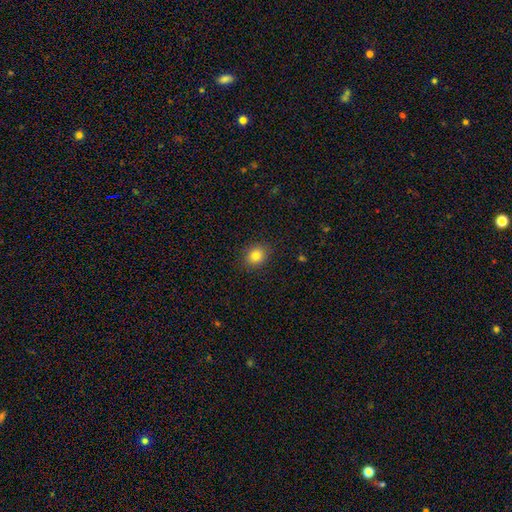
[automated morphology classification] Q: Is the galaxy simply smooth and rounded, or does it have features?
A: smooth — 83%.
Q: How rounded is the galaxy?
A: round — 64%.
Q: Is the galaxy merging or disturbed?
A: none — 89%.